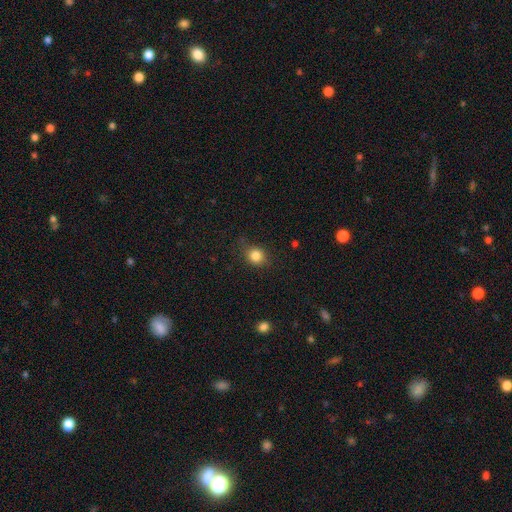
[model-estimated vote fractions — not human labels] smooth-or-featured: smooth: 83% | star or artifact: 11% | featured or disk: 6%
  how-rounded: round: 74% | in between: 25% | cigar-shaped: 1%
  merging: none: 77% | minor disturbance: 17% | major disturbance: 5% | merger: 1%